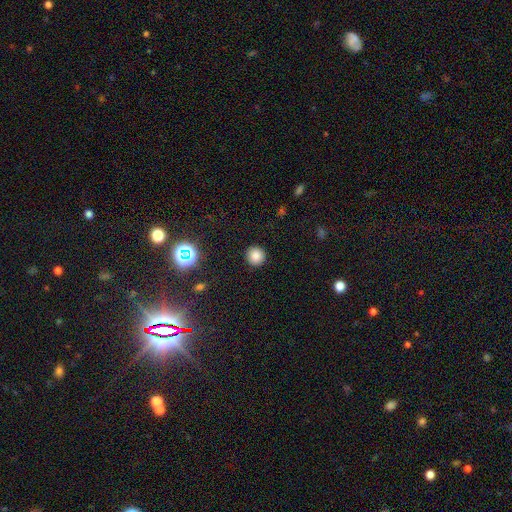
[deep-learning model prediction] This appears to be a smooth galaxy with no disk features (82%) that is round (94%). Merging: none (92%).